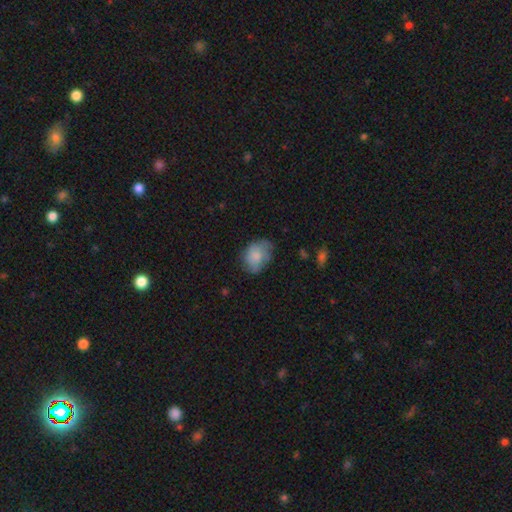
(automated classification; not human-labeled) smooth_or_featured: smooth (p=0.65) [alt: featured or disk p=0.28]
how_rounded: in between (p=0.67) [alt: round p=0.32]
merging: none (p=0.59) [alt: minor disturbance p=0.28]